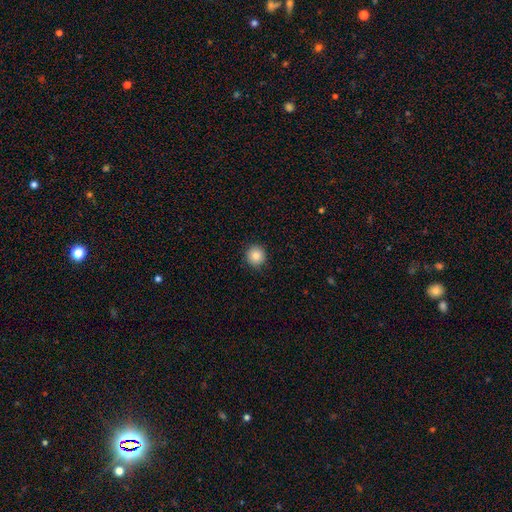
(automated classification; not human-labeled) This is clearly a smooth galaxy (85%). How rounded: clearly round (94%). Merging: clearly none (91%).